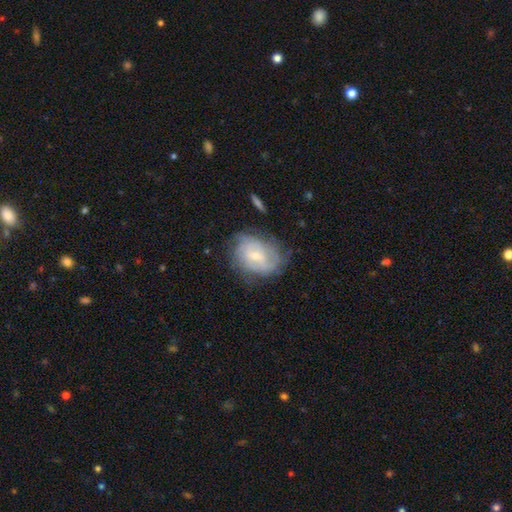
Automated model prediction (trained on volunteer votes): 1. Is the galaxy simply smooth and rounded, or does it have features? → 70% featured or disk, 23% smooth, 7% star or artifact.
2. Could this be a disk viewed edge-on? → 96% no, 4% yes.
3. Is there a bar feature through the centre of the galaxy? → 51% weak, 37% no, 12% strong.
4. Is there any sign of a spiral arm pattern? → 84% yes, 16% no.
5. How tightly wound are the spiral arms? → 52% tight, 34% medium, 14% loose.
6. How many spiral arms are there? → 47% can't tell, 26% 2, 13% 3, 7% 4, 4% 1, 4% more than 4.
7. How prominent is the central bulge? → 60% small, 36% moderate, 2% none, 2% large, 1% dominant.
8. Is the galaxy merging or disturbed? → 63% none, 24% minor disturbance, 11% major disturbance, 2% merger.